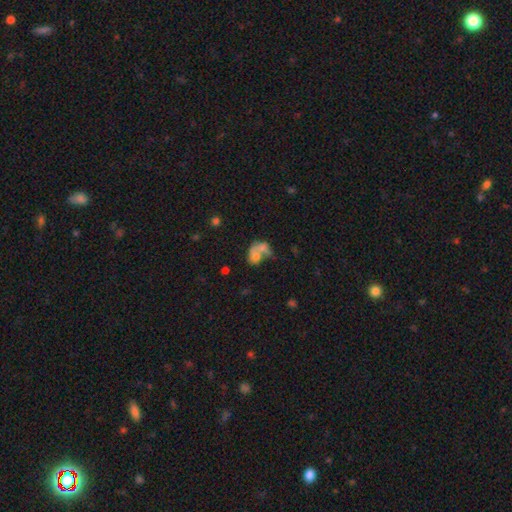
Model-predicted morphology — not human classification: This appears to be a smooth galaxy with no disk features (51%) that is in between round and cigar-shaped (66%). Merging: merger (58%).